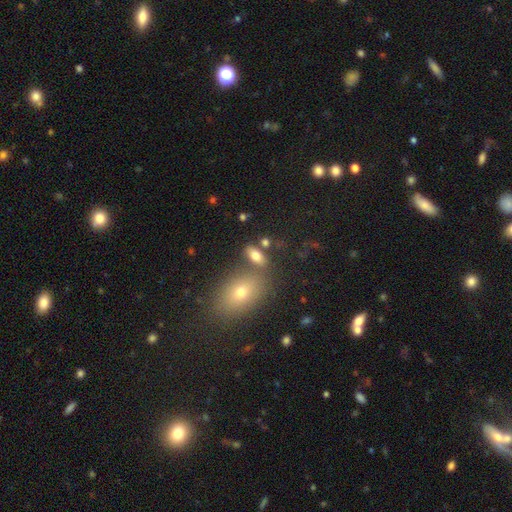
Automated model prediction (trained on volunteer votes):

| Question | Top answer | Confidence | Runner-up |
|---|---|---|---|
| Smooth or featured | smooth | 75% | featured or disk (15%) |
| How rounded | in between | 86% | cigar-shaped (8%) |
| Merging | none | 64% | merger (18%) |